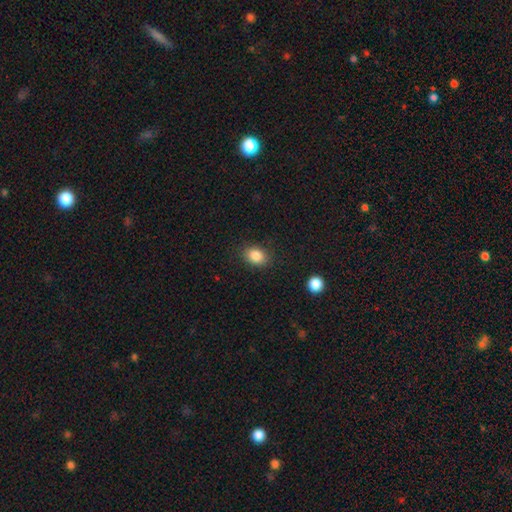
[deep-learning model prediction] Smooth or featured: smooth — 86% (star or artifact — 9%)
How rounded: in between — 64% (round — 35%)
Merging: none — 85% (minor disturbance — 10%)